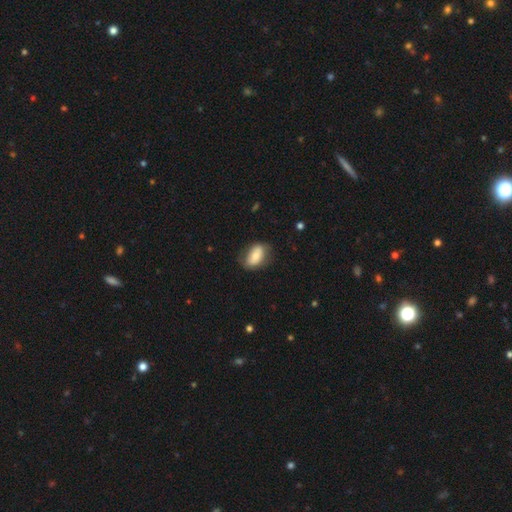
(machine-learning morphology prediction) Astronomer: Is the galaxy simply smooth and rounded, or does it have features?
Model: smooth — 71%.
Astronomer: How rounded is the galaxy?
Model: in between — 89%.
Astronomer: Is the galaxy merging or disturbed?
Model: none — 67%.